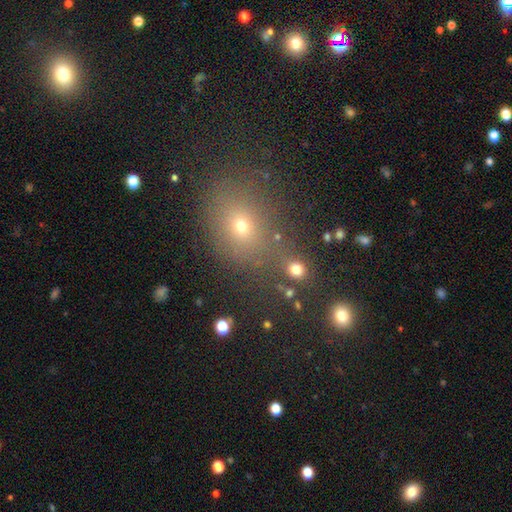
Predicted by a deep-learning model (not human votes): smooth 59%, star or artifact 30%, featured or disk 11%. Down the decision tree: how rounded — round (58%); merging — none (73%).